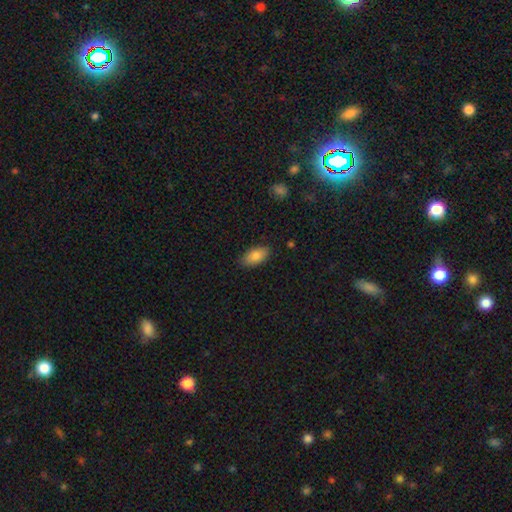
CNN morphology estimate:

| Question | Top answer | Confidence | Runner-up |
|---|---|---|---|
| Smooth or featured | smooth | 83% | featured or disk (10%) |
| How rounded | in between | 91% | cigar-shaped (6%) |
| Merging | none | 85% | minor disturbance (12%) |